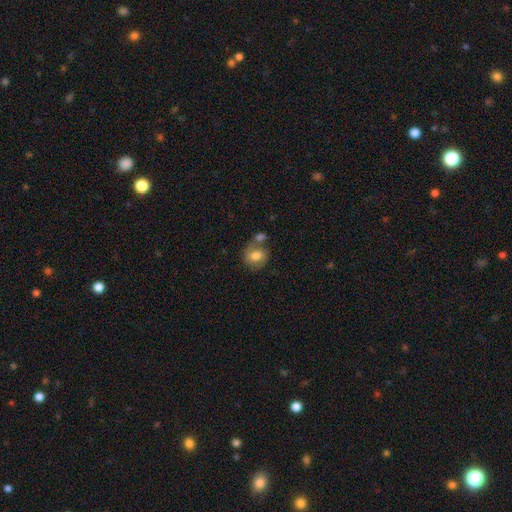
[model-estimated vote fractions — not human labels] Overall: smooth (64%; featured or disk 27%). How rounded: round (62%; in between 37%). Merging: none (46%; merger 30%).